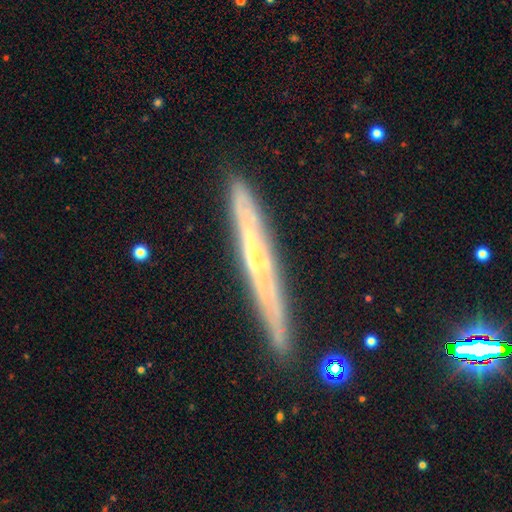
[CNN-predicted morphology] A featured or disk galaxy (70%) viewed edge-on (90%) with no central bulge (60%).

Vote fractions:
- Smooth or featured? featured or disk: 70% / smooth: 22% / star or artifact: 7%
- Edge-on disk? yes: 90% / no: 10%
- Edge-on bulge? none: 60% / rounded: 32% / boxy: 8%
- Merging? none: 85% / minor disturbance: 11% / major disturbance: 2% / merger: 2%